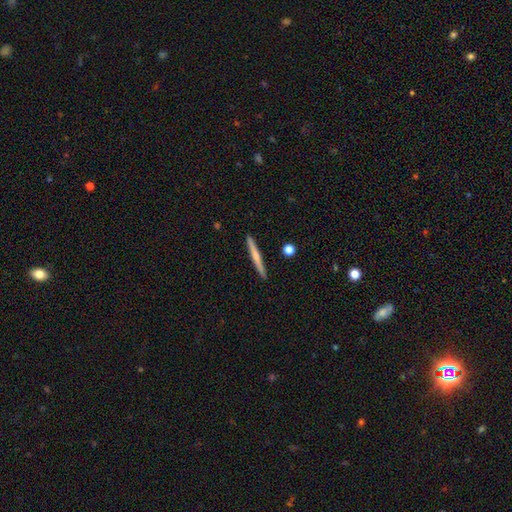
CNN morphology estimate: smooth-or-featured: featured or disk: 50% | smooth: 44% | star or artifact: 6%
  disk-edge-on: yes: 98% | no: 2%
  merging: none: 91% | minor disturbance: 6% | merger: 1% | major disturbance: 1%